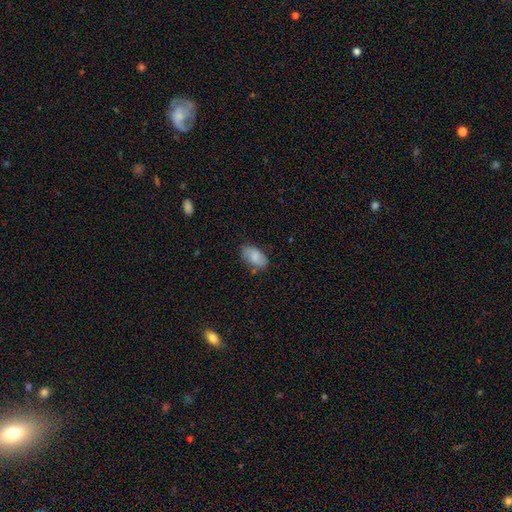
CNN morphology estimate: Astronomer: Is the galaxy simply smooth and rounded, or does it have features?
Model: smooth — 81%.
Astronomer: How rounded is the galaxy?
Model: in between — 93%.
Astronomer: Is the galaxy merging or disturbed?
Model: none — 70%.